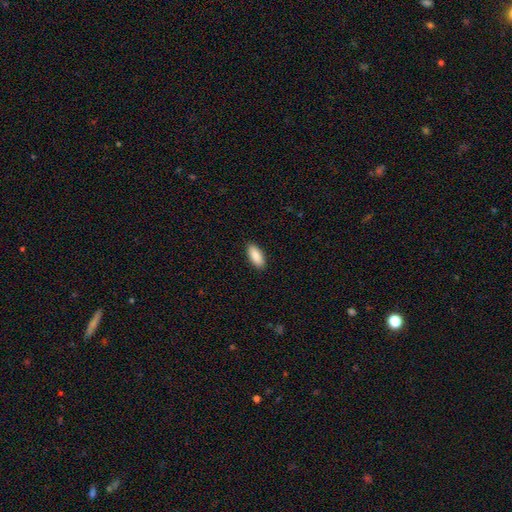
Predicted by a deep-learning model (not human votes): Smooth or featured? Predicted: smooth (p=0.89). How rounded? Predicted: in between (p=0.85). Merging? Predicted: none (p=0.90).